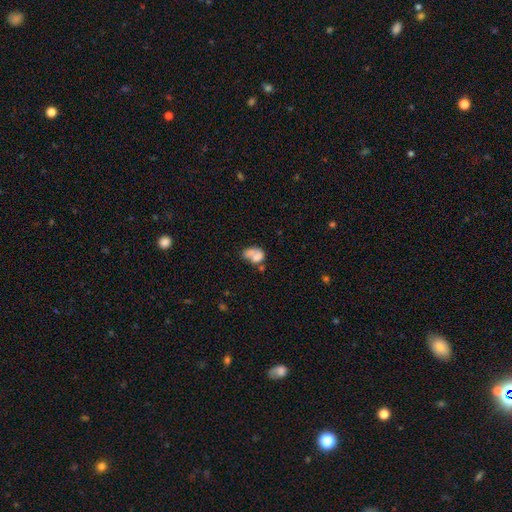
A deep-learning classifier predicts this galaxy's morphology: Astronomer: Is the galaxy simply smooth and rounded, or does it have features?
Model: smooth — 61%.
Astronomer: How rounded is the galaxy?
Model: in between — 78%.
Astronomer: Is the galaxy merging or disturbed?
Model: merger — 38% (runner-up: none, 24%).